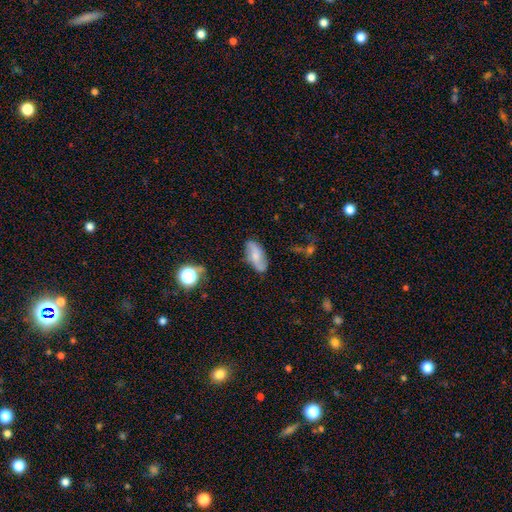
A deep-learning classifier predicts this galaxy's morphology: type=featured or disk (50%); edge-on=no (91%); merging=none (75%).